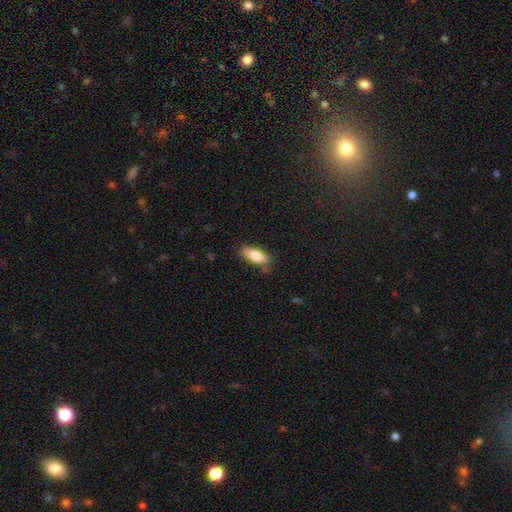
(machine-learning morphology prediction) smooth 80%, featured or disk 14%, star or artifact 6%. Down the decision tree: how rounded — in between (76%); merging — none (76%).